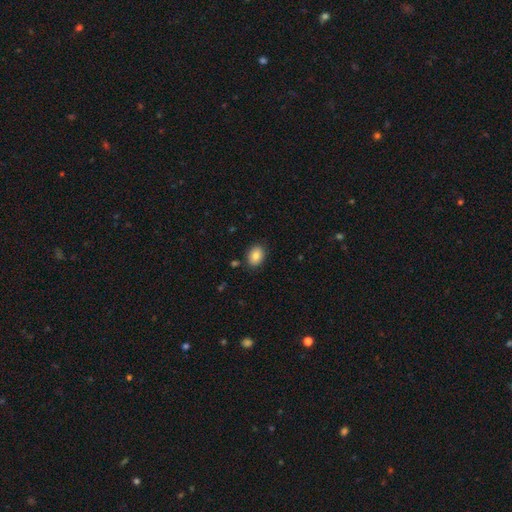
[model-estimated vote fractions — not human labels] Smooth or featured? Predicted: smooth (p=0.85). How rounded? Predicted: in between (p=0.68). Merging? Predicted: none (p=0.87).